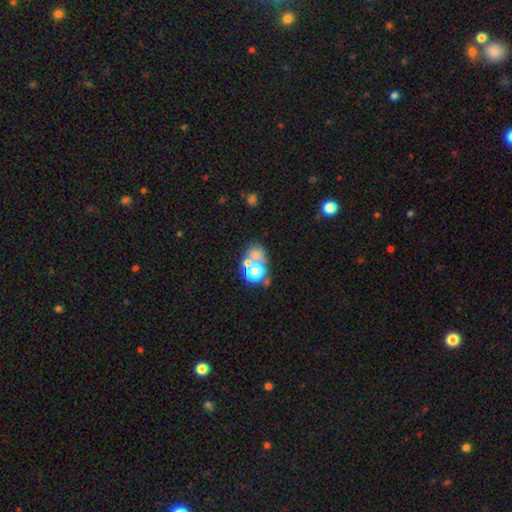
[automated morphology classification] smooth-or-featured: smooth: 53% | star or artifact: 24% | featured or disk: 23%
  how-rounded: round: 60% | in between: 39% | cigar-shaped: 1%
  merging: merger: 44% | none: 36% | minor disturbance: 10% | major disturbance: 10%